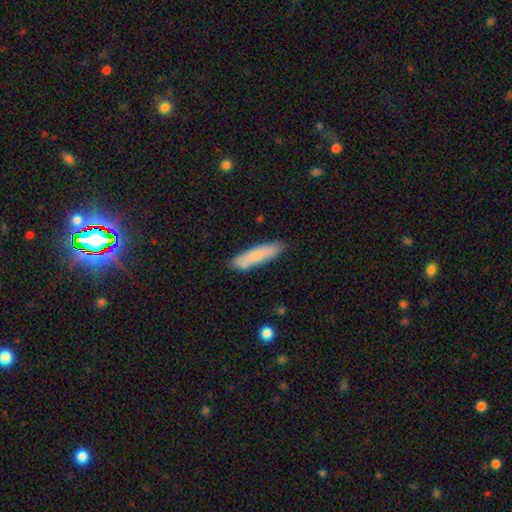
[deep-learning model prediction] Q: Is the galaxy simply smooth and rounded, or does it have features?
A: smooth — 79%.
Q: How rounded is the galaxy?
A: cigar-shaped — 73%.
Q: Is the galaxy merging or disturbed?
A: none — 83%.